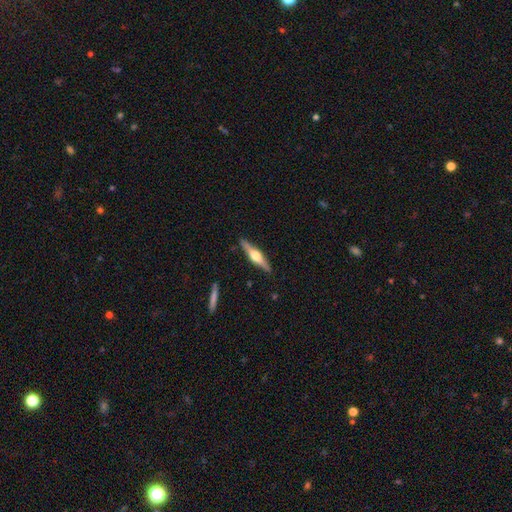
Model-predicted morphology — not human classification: This appears to be a featured or disk galaxy (67%) viewed edge-on (97%) with a rounded central bulge (93%). Merging: none (90%).